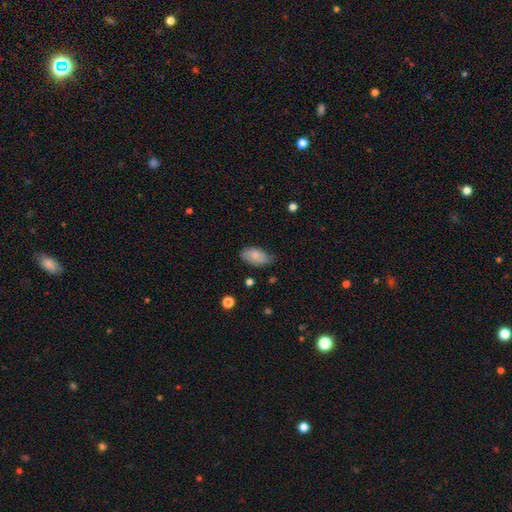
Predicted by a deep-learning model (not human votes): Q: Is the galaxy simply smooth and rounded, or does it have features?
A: smooth — 83%.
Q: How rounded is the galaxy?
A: in between — 94%.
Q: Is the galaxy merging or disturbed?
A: none — 64%.